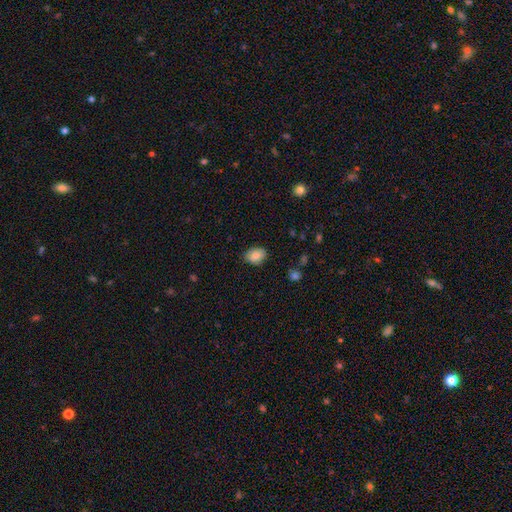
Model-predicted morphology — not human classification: smooth_or_featured: smooth (p=0.82) [alt: featured or disk p=0.10]
how_rounded: in between (p=0.67) [alt: round p=0.32]
merging: none (p=0.83) [alt: minor disturbance p=0.13]